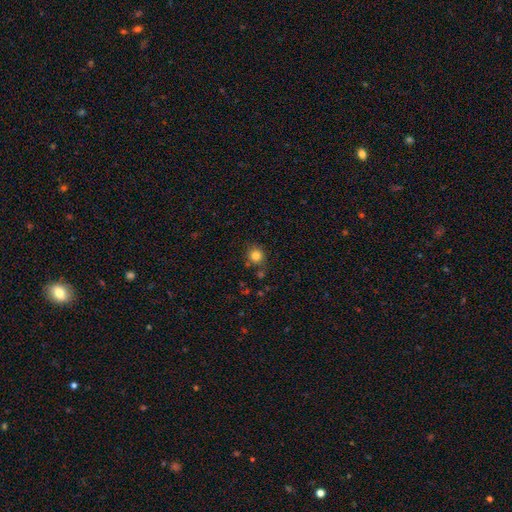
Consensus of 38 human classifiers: Volunteers were most divided on "merging": none: 71%, minor disturbance: 17%, major disturbance: 9%, merger: 3%. More confident: how rounded — round (97%); smooth or featured — smooth (82%).